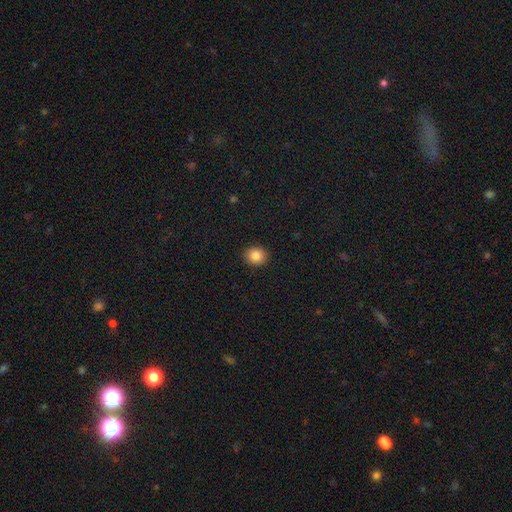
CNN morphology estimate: smooth_or_featured: smooth (p=0.85) [alt: star or artifact p=0.09]
how_rounded: round (p=0.72) [alt: in between p=0.27]
merging: none (p=0.91) [alt: minor disturbance p=0.06]